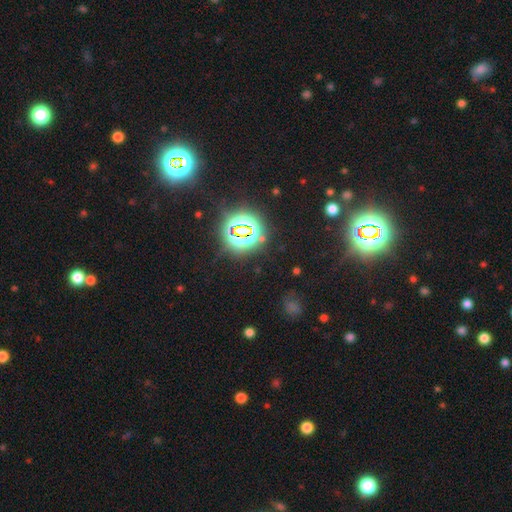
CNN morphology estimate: type=star or artifact (80%).